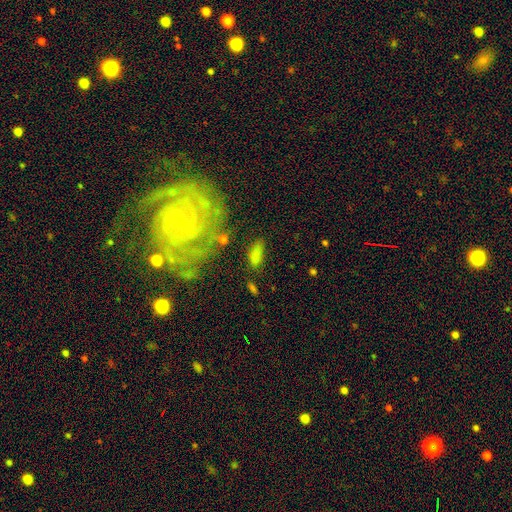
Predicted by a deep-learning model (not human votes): This is likely a smooth galaxy (76%). How rounded: likely in between (72%). Merging: likely none (65%).